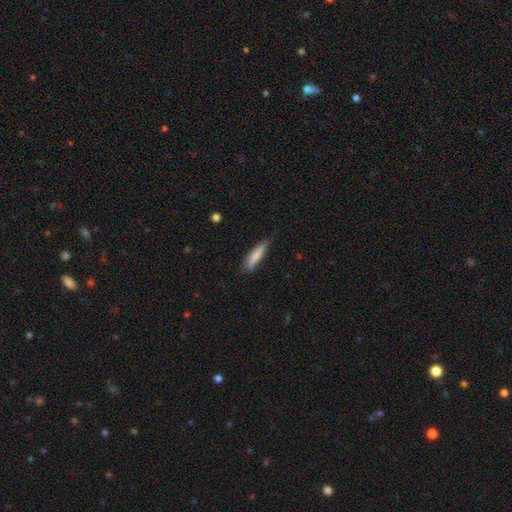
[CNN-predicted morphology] This appears to be a smooth galaxy with no disk features (77%) that is cigar-shaped (85%). Merging: none (73%).